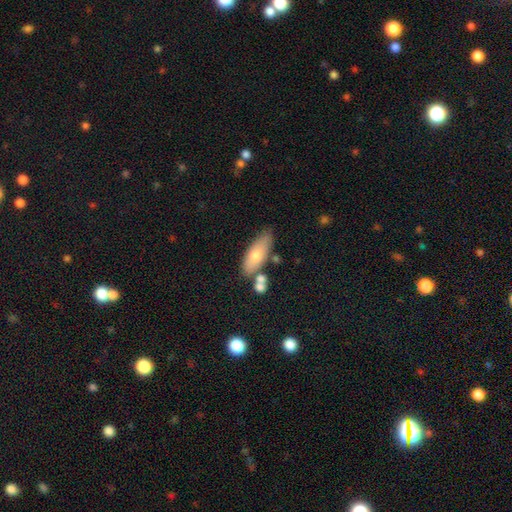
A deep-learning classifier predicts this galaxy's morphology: Q: Smooth or featured?
A: smooth (68%); runner-up: featured or disk (25%)
Q: How rounded?
A: in between (67%); runner-up: cigar-shaped (30%)
Q: Merging?
A: none (68%); runner-up: minor disturbance (16%)